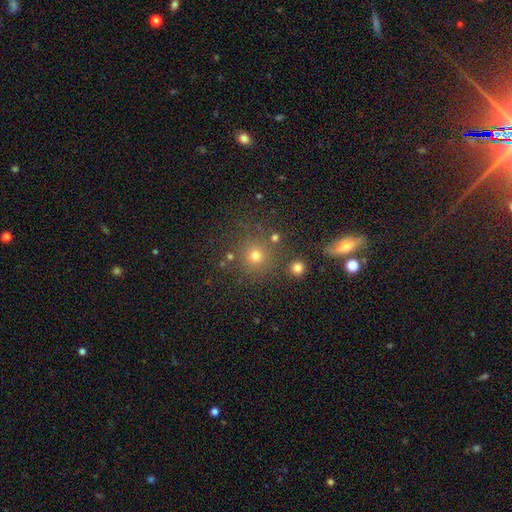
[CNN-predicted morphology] type=smooth (70%); roundness=round (93%); merging=none (80%).